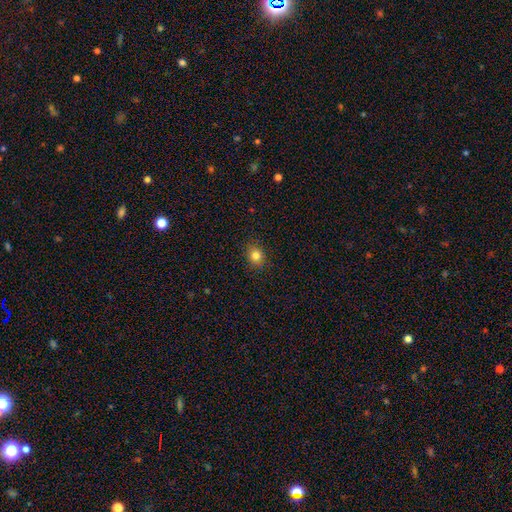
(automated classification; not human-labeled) Overall: smooth (81%). How rounded: round (64%; in between 35%). Merging: none (87%).